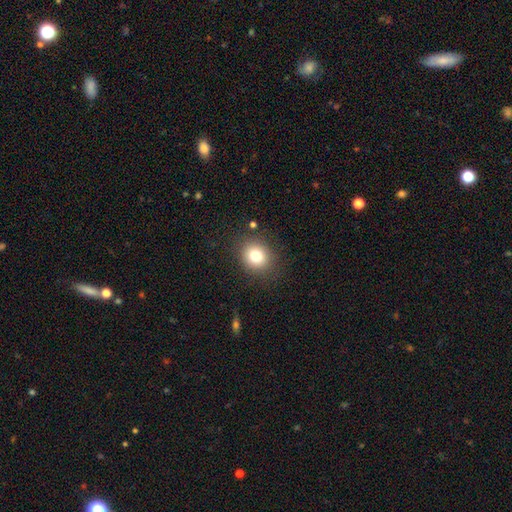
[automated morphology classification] Smooth or featured?
  - smooth: 79% *
  - star or artifact: 13%
  - featured or disk: 9%
How rounded?
  - round: 73% *
  - in between: 26%
  - cigar-shaped: 1%
Merging?
  - none: 87% *
  - minor disturbance: 8%
  - major disturbance: 3%
  - merger: 2%